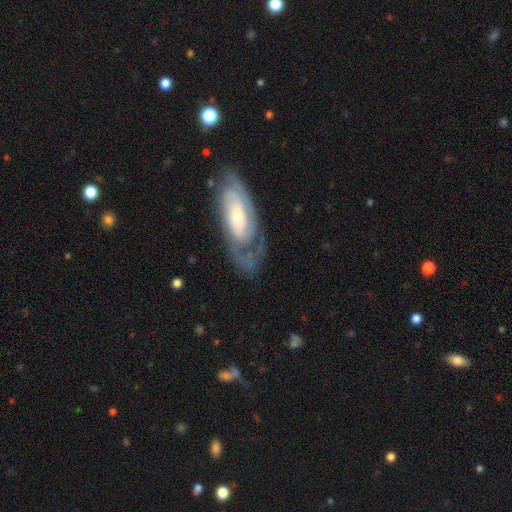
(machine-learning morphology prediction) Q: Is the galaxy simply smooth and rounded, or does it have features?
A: featured or disk — 76%.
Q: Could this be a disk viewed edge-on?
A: no — 87%.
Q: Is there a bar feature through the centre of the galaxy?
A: no — 58%.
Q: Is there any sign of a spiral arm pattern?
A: yes — 87%.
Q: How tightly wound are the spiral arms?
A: tight — 60%.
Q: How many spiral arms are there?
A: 2 — 43%.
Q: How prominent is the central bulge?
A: moderate — 39%.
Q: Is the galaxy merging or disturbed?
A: none — 72%.